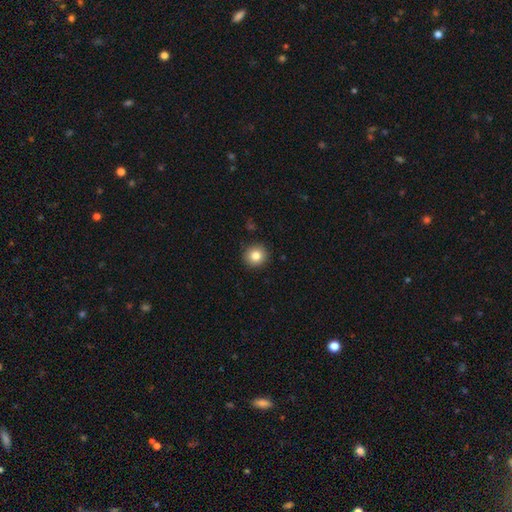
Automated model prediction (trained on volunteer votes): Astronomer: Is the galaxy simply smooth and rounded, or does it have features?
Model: smooth — 83%.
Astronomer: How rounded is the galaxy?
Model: round — 93%.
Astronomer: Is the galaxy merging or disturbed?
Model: none — 92%.